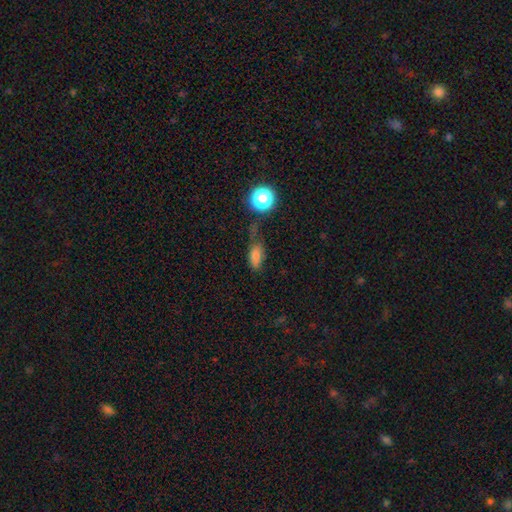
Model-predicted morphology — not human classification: A smooth galaxy with no disk features (73%) that is in between round and cigar-shaped (75%).

Vote fractions:
- Smooth or featured? smooth: 73% / star or artifact: 18% / featured or disk: 9%
- How rounded? in between: 75% / cigar-shaped: 13% / round: 12%
- Merging? none: 47% / minor disturbance: 26% / major disturbance: 16% / merger: 10%